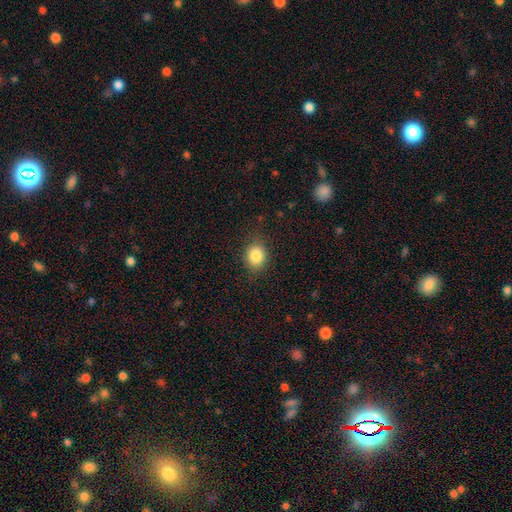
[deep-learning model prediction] This appears to be a smooth galaxy with no disk features (85%) that is round (56%). Merging: none (84%).